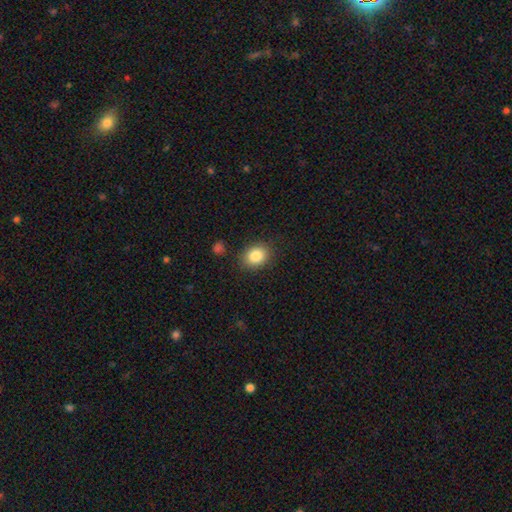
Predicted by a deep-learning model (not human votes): Morphology: type=smooth (85%); roundness=round (50%); merging=none (85%).